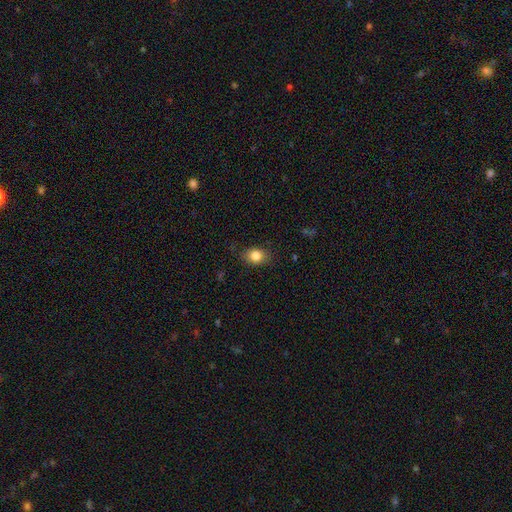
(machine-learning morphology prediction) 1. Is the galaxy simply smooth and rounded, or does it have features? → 84% smooth, 9% star or artifact, 7% featured or disk.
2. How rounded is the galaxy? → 57% in between, 42% round, 1% cigar-shaped.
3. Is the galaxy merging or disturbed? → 82% none, 14% minor disturbance, 3% major disturbance, 1% merger.